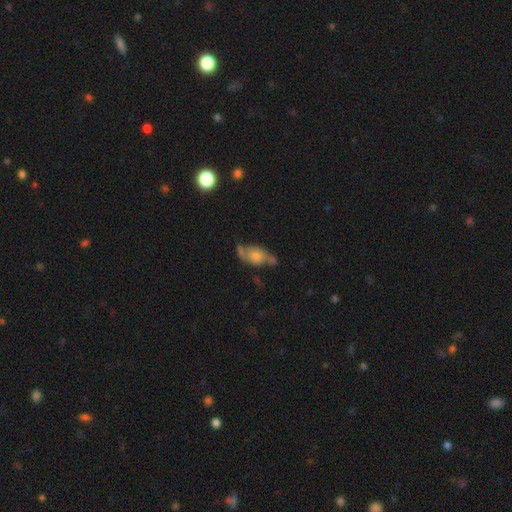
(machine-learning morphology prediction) This appears to be a featured or disk galaxy (46%). Merging: none (43%).